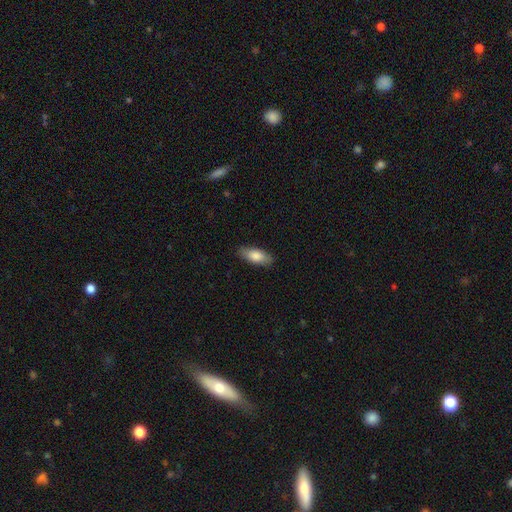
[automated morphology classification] Smooth or featured? smooth (82%)
How rounded? in between (82%)
Merging? none (86%)